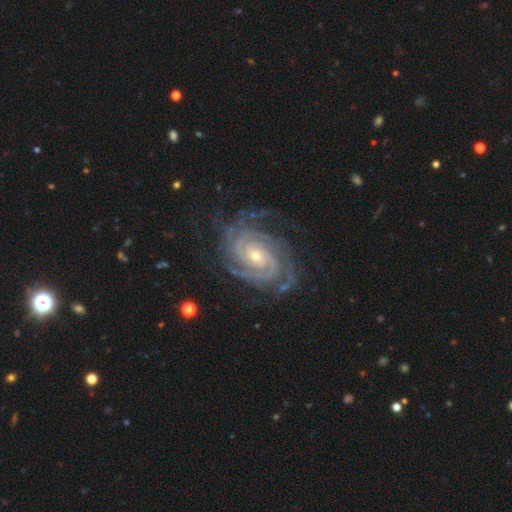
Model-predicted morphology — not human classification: type=featured or disk (93%); edge-on=no (98%); bar=no (63%); spiral arms=yes (99%); winding=tight (81%); arm count=2 (28%); bulge=small (64%); merging=none (76%).